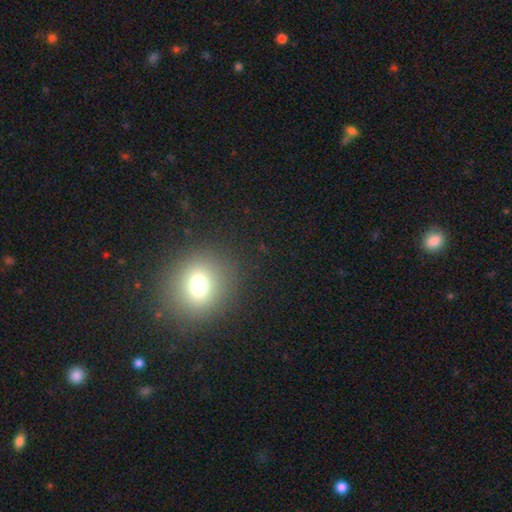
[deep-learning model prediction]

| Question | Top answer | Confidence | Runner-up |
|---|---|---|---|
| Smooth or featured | smooth | 69% | star or artifact (19%) |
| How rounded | round | 70% | in between (28%) |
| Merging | none | 90% | minor disturbance (6%) |